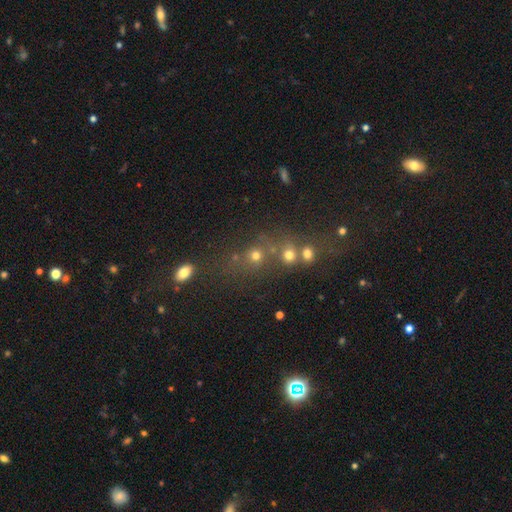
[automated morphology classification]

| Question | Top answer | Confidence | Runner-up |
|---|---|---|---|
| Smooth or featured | smooth | 67% | star or artifact (22%) |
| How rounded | round | 82% | in between (17%) |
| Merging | none | 59% | merger (25%) |